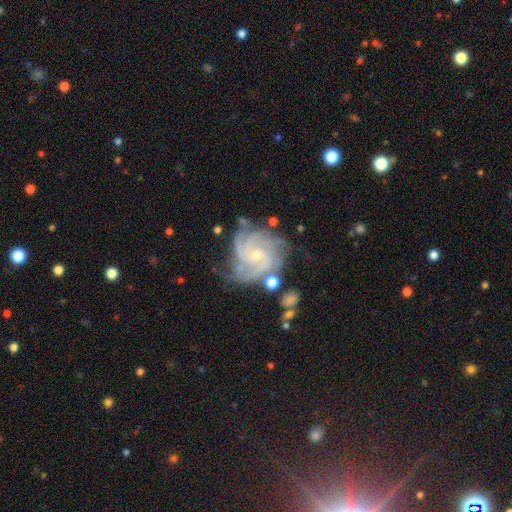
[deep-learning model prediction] smooth-or-featured: featured or disk: 89% | star or artifact: 6% | smooth: 5%
  disk-edge-on: no: 98% | yes: 2%
    bar: no: 66% | weak: 28% | strong: 6%
    has-spiral-arms: yes: 98% | no: 2%
      spiral-winding: tight: 62% | medium: 33% | loose: 5%
      spiral-arm-count: 4: 39% | 3: 28% | can't tell: 13% | 2: 8% | more than 4: 7% | 1: 5%
    bulge-size: small: 70% | moderate: 26% | none: 2% | large: 1% | dominant: 1%
  merging: none: 66% | minor disturbance: 21% | major disturbance: 8% | merger: 5%